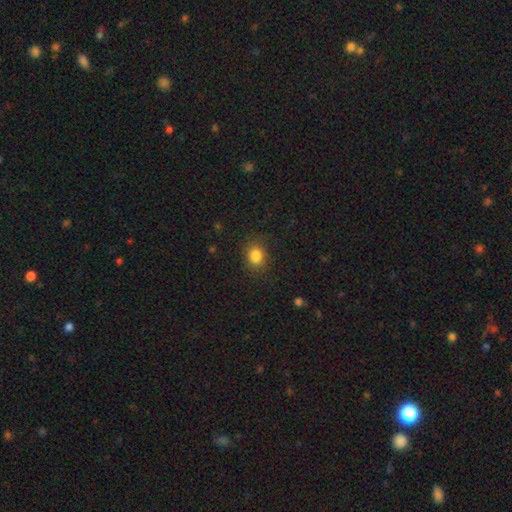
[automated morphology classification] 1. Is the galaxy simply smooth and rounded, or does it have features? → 84% smooth, 11% star or artifact, 5% featured or disk.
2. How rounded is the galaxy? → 56% round, 43% in between, 1% cigar-shaped.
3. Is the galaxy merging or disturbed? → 81% none, 13% minor disturbance, 4% major disturbance, 1% merger.